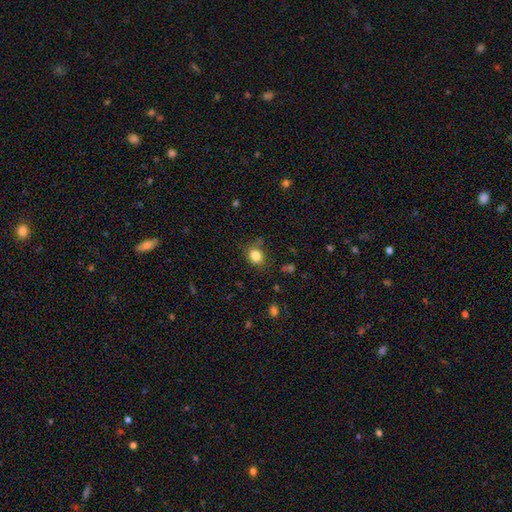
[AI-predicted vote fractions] Morphology: type=smooth (83%); roundness=round (61%); merging=none (73%).